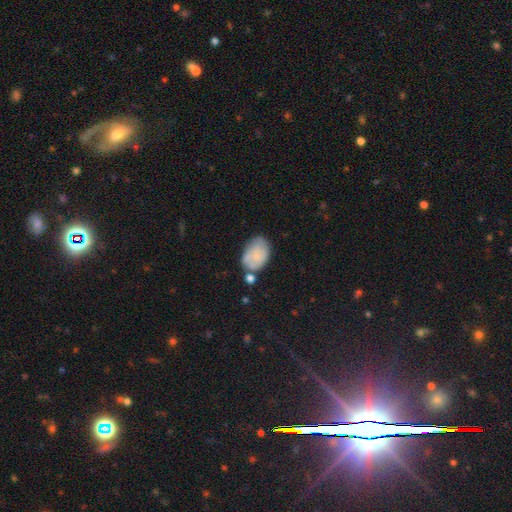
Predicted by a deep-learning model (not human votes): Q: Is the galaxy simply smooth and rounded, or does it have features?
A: smooth — 73%.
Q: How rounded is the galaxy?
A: in between — 86%.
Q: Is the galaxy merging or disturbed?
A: none — 52%.